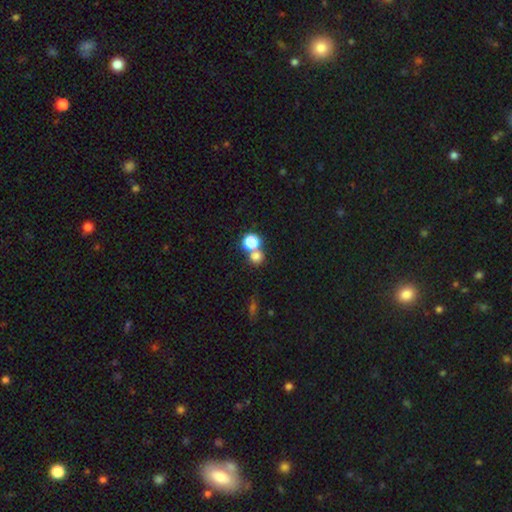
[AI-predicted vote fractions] Smooth or featured? Predicted: smooth (p=0.73). How rounded? Predicted: round (p=0.86). Merging? Predicted: none (p=0.51).